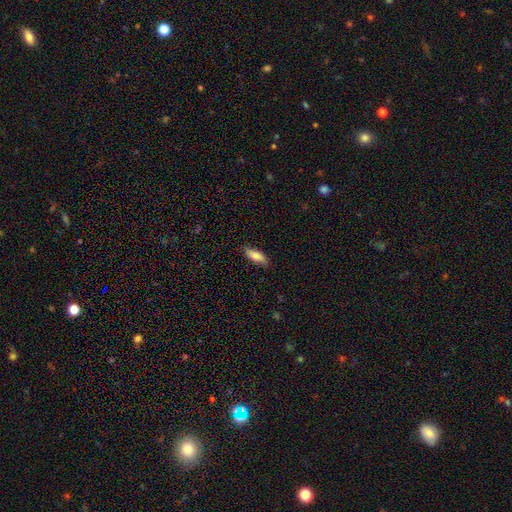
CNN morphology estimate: Q: Smooth or featured?
A: smooth (82%); runner-up: featured or disk (12%)
Q: How rounded?
A: in between (62%); runner-up: cigar-shaped (36%)
Q: Merging?
A: none (82%); runner-up: minor disturbance (15%)